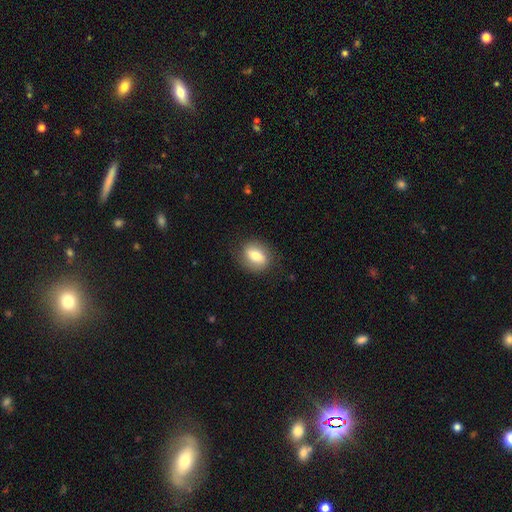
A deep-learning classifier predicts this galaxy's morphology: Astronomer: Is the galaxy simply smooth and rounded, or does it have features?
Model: smooth — 69%.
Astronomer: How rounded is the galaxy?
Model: in between — 64%.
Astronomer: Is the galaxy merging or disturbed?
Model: none — 83%.